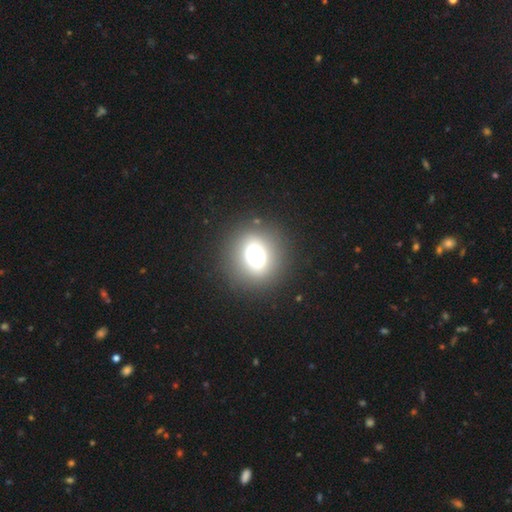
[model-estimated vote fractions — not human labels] Smooth or featured? smooth (64%)
How rounded? round (75%)
Merging? none (82%)